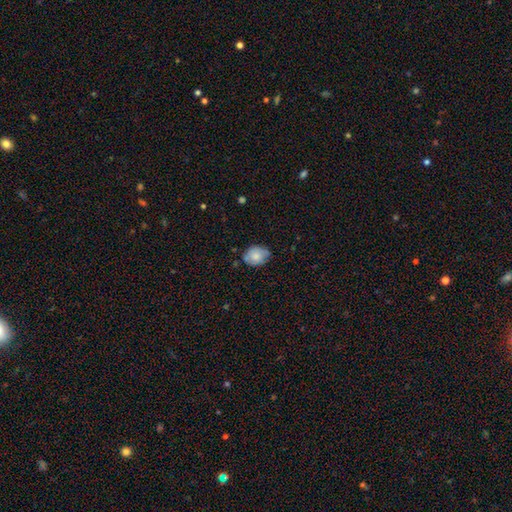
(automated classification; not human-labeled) Smooth or featured?
  - smooth: 73% *
  - featured or disk: 19%
  - star or artifact: 8%
How rounded?
  - in between: 54% *
  - round: 45%
  - cigar-shaped: 1%
Merging?
  - none: 68% *
  - minor disturbance: 26%
  - major disturbance: 5%
  - merger: 2%